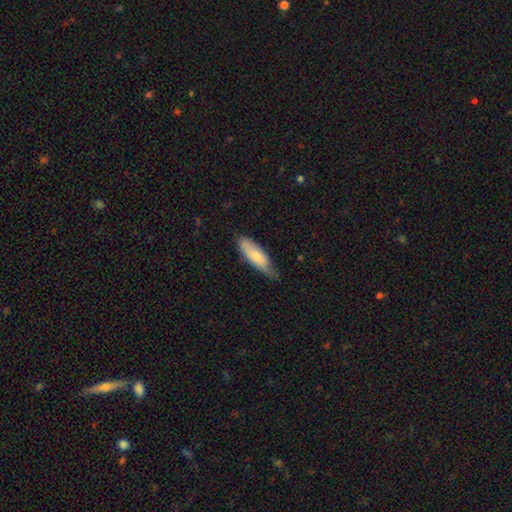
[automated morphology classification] This appears to be a smooth galaxy with no disk features (72%) that is in between round and cigar-shaped (57%). Merging: none (60%).